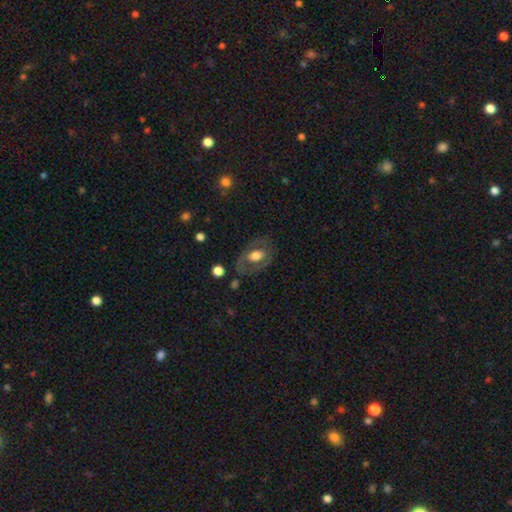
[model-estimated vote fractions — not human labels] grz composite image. It shows a featured or disk galaxy (50%). Merging: none (68%).